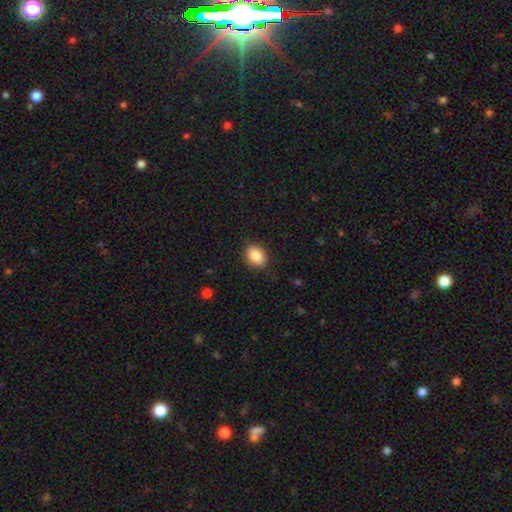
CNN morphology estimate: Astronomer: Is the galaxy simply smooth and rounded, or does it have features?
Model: smooth — 87%.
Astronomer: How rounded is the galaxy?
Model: in between — 76%.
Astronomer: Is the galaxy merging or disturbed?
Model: none — 86%.